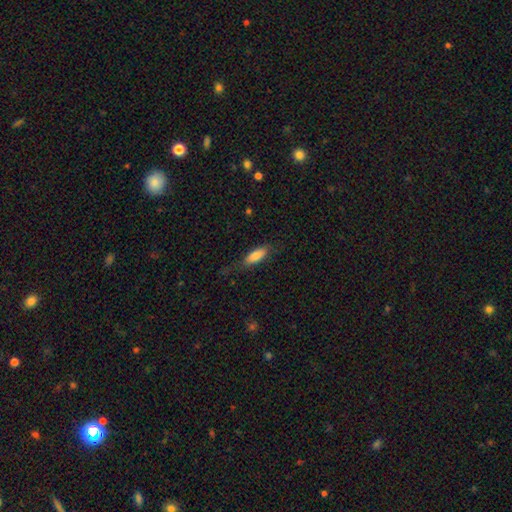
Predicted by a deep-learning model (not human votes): The model was most divided on "how rounded": in between: 65%, cigar-shaped: 33%, round: 2%. More confident: smooth or featured — smooth (82%); merging — none (70%).